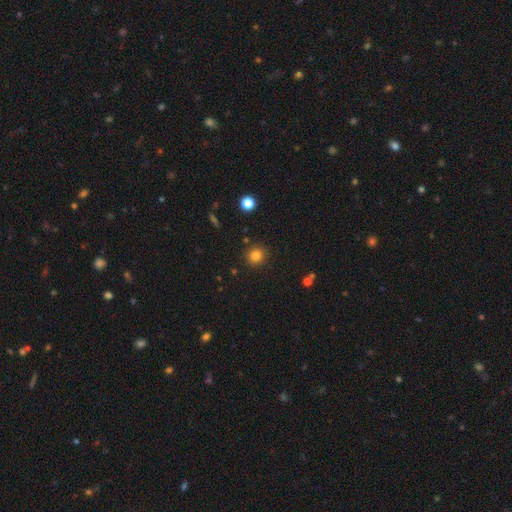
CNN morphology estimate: Smooth or featured?
  - smooth: 82% *
  - star or artifact: 12%
  - featured or disk: 5%
How rounded?
  - round: 88% *
  - in between: 11%
  - cigar-shaped: 1%
Merging?
  - none: 89% *
  - minor disturbance: 7%
  - major disturbance: 2%
  - merger: 2%